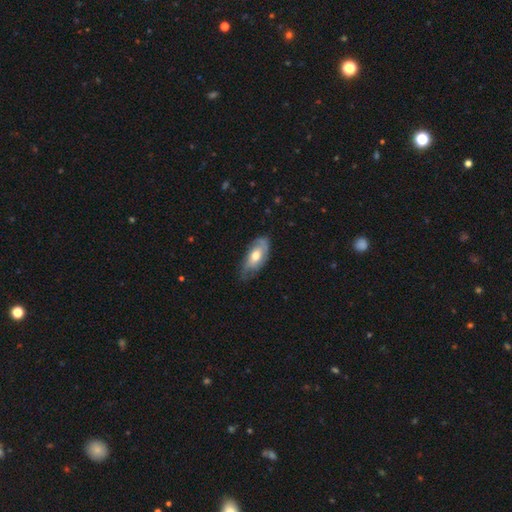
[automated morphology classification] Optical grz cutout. It shows a featured or disk galaxy (52%). Merging: none (57%).